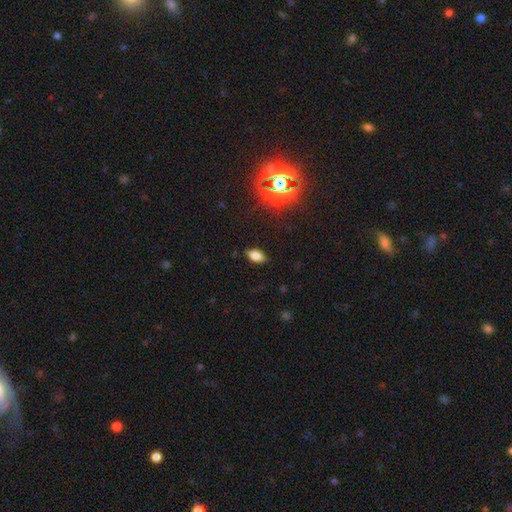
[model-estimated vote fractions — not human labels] Smooth or featured?
  - smooth: 73% *
  - star or artifact: 15%
  - featured or disk: 11%
How rounded?
  - in between: 88% *
  - cigar-shaped: 6%
  - round: 5%
Merging?
  - none: 87% *
  - minor disturbance: 10%
  - major disturbance: 2%
  - merger: 1%